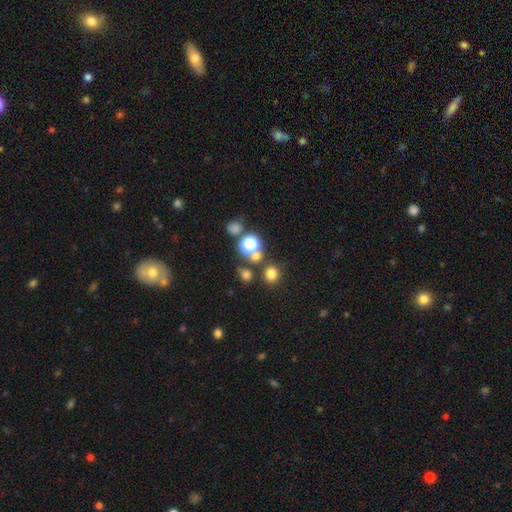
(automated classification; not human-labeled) This is likely a smooth galaxy (61%). How rounded: clearly round (83%). Merging: likely none (66%).